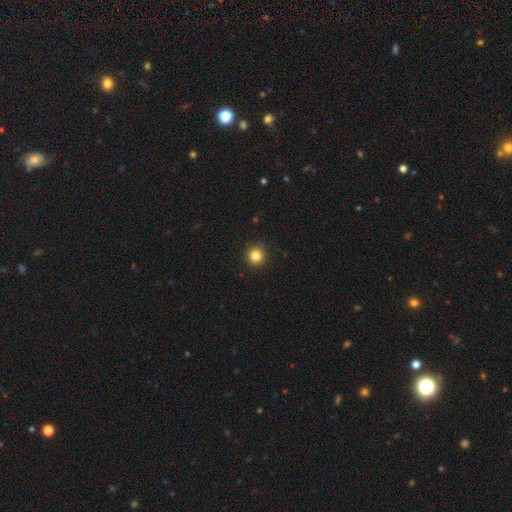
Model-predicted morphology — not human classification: smooth-or-featured: smooth: 83% | star or artifact: 12% | featured or disk: 5%
  how-rounded: round: 94% | in between: 5% | cigar-shaped: 1%
  merging: none: 92% | minor disturbance: 5% | major disturbance: 2% | merger: 1%